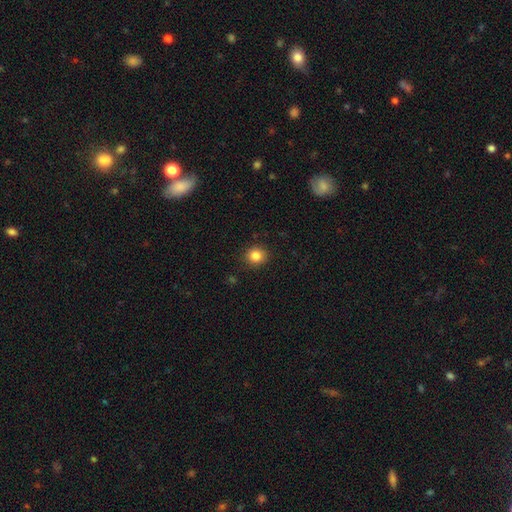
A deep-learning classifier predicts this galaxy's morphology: Smooth or featured? smooth (85%)
How rounded? round (87%)
Merging? none (90%)